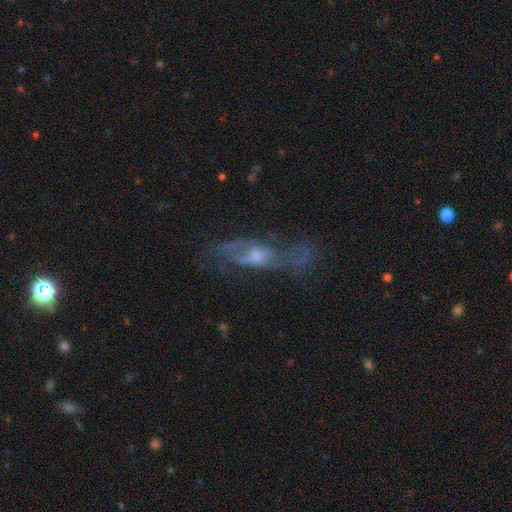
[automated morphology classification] This is likely a featured or disk galaxy (68%). It is likely not viewed edge-on (67%). Merging: possibly none (53%).